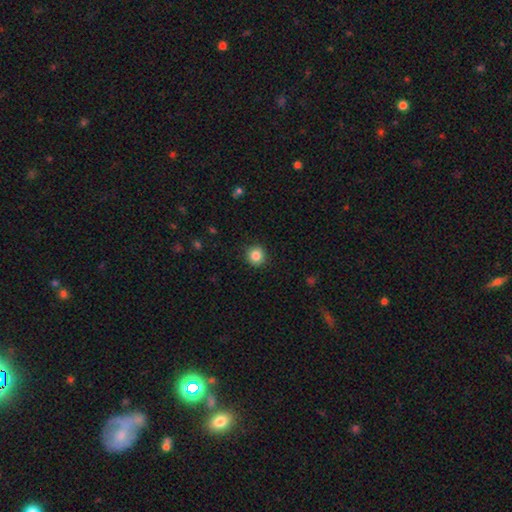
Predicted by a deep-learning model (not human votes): Smooth or featured? smooth (85%)
How rounded? round (92%)
Merging? none (91%)